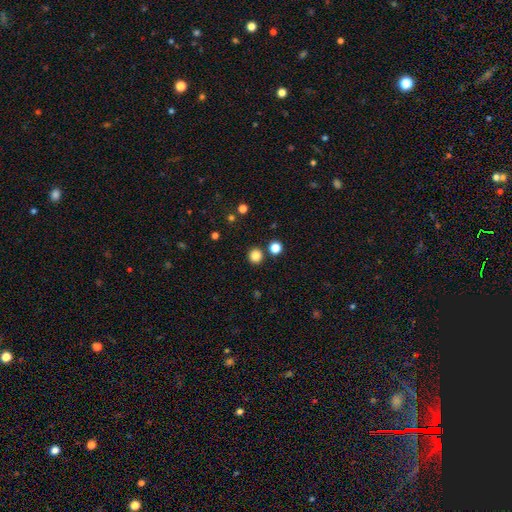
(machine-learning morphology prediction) smooth-or-featured: smooth: 84% | star or artifact: 12% | featured or disk: 4%
  how-rounded: round: 92% | in between: 7% | cigar-shaped: 1%
  merging: none: 88% | minor disturbance: 5% | merger: 4% | major disturbance: 2%